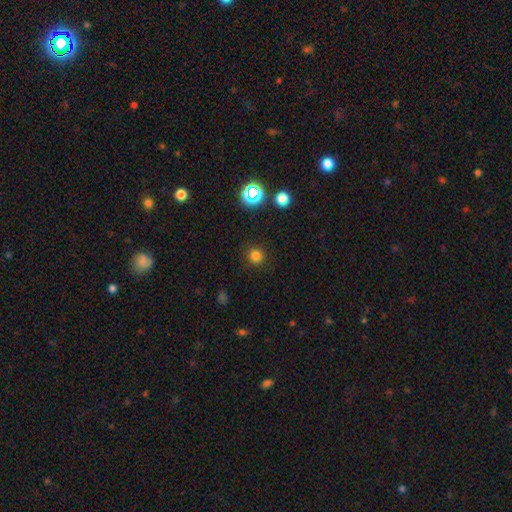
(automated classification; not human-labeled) A smooth galaxy with no disk features (78%) that is round (94%).

Vote fractions:
- Smooth or featured? smooth: 78% / star or artifact: 18% / featured or disk: 4%
- How rounded? round: 94% / in between: 5% / cigar-shaped: 1%
- Merging? none: 90% / minor disturbance: 6% / major disturbance: 3% / merger: 1%